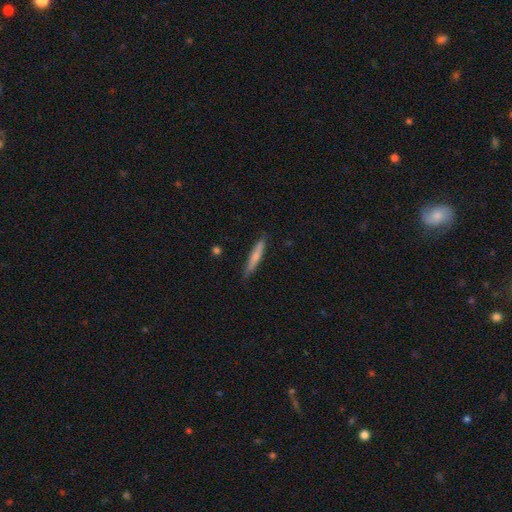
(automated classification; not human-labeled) The model was most divided on "smooth or featured": smooth: 70%, featured or disk: 25%, star or artifact: 6%. More confident: how rounded — cigar-shaped (92%); merging — none (81%).